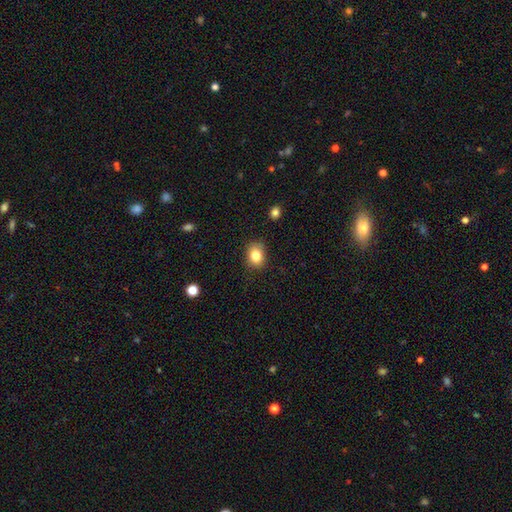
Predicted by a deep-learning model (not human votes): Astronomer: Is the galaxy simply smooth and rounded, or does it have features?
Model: smooth — 82%.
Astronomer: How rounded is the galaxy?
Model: in between — 57% (runner-up: round, 42%).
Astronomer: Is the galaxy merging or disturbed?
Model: none — 81%.